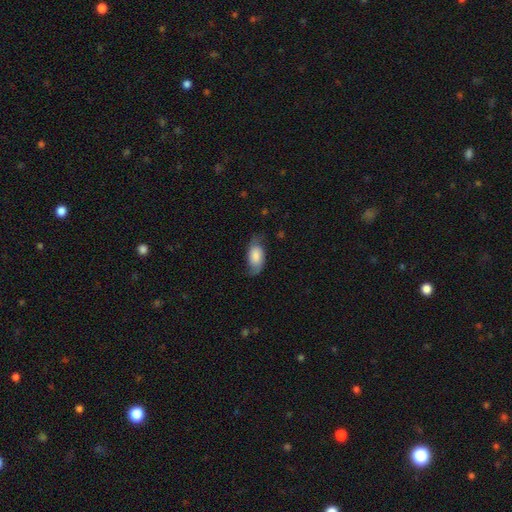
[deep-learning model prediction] Smooth or featured: smooth — 61% (featured or disk — 32%)
How rounded: in between — 92% (round — 5%)
Merging: none — 63% (minor disturbance — 26%)